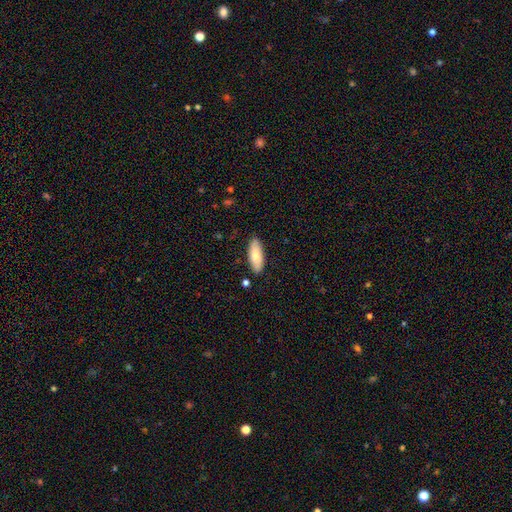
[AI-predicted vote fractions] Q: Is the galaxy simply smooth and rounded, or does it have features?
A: smooth — 74%.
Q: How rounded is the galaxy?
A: in between — 77%.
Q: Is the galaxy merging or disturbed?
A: none — 87%.